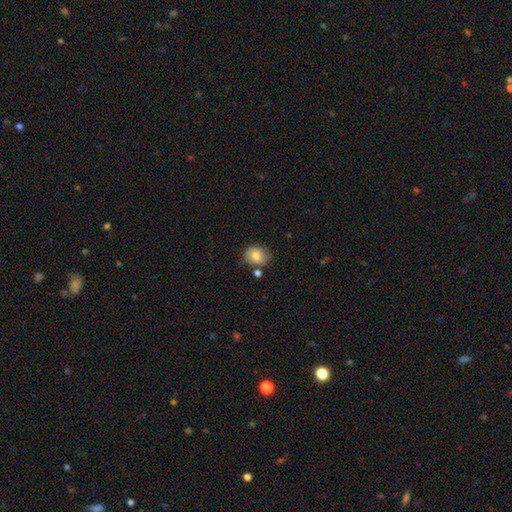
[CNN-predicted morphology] A smooth galaxy with no disk features (77%) that is round (66%). Merging: none (69%).